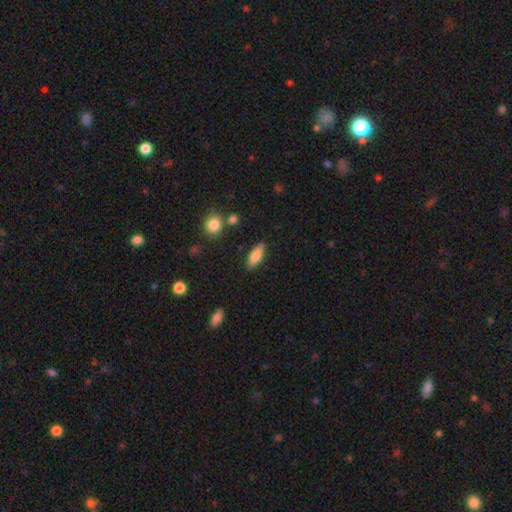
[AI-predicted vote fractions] Smooth or featured: smooth — 78% (featured or disk — 15%)
How rounded: in between — 60% (cigar-shaped — 38%)
Merging: none — 85% (minor disturbance — 10%)